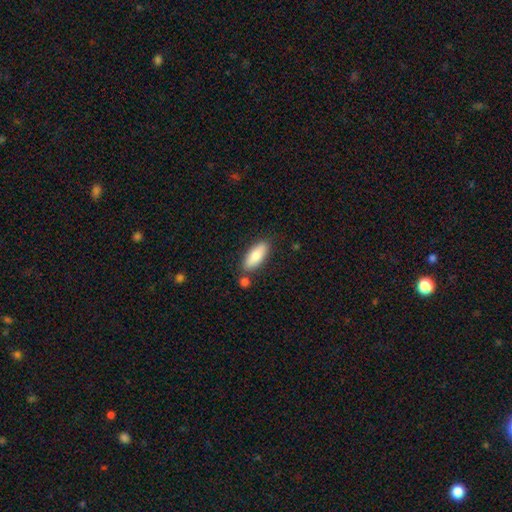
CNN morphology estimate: smooth_or_featured: smooth (p=0.83) [alt: featured or disk p=0.11]
how_rounded: in between (p=0.73) [alt: cigar-shaped p=0.25]
merging: none (p=0.77) [alt: minor disturbance p=0.12]